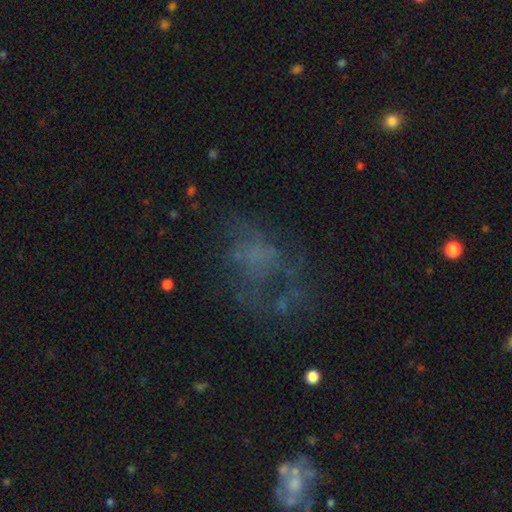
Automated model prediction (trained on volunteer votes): smooth-or-featured: featured or disk: 44% | smooth: 30% | star or artifact: 26%
  merging: none: 41% | major disturbance: 38% | minor disturbance: 18% | merger: 4%